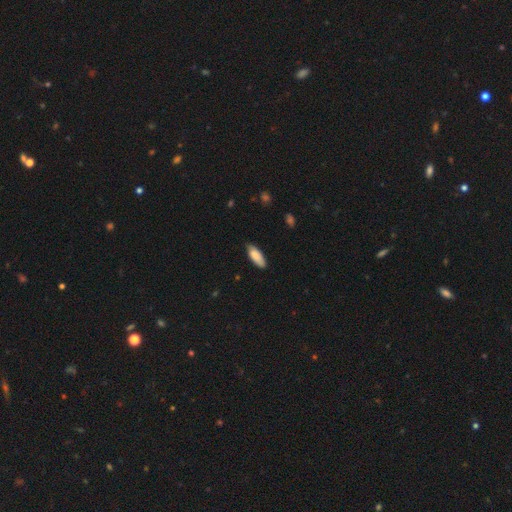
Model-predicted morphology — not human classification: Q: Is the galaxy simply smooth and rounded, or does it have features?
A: smooth — 86%.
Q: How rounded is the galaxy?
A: in between — 75%.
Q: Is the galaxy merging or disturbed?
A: none — 79%.